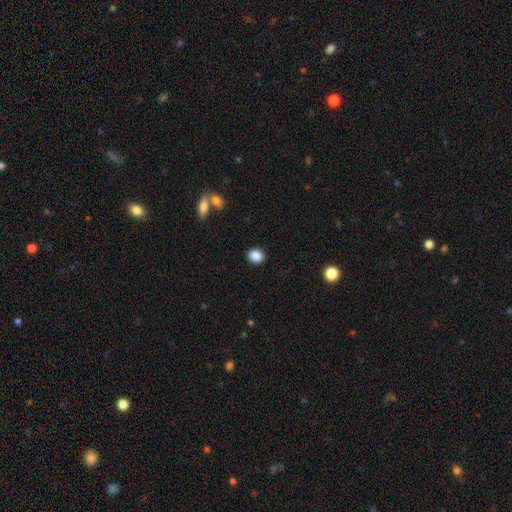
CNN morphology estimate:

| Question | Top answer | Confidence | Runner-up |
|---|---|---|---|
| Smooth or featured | smooth | 88% | star or artifact (9%) |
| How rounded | round | 59% | in between (40%) |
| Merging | none | 90% | minor disturbance (6%) |